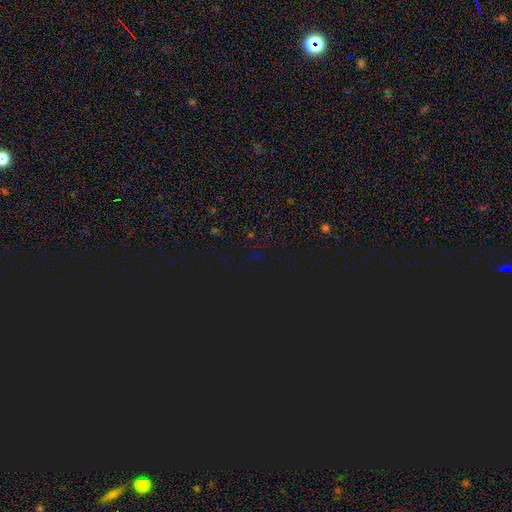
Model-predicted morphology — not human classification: type=star or artifact (78%).